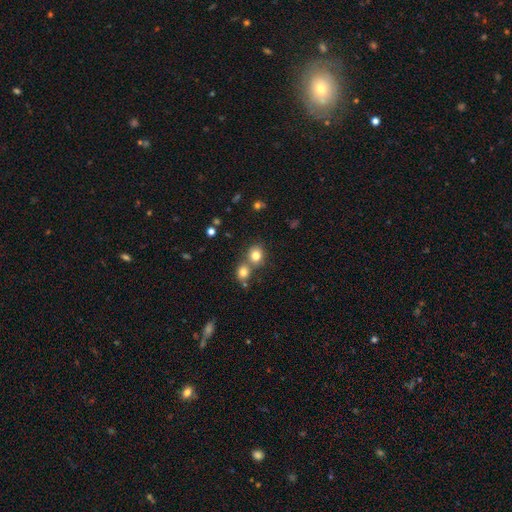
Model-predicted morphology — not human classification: A smooth galaxy with no disk features (80%) that is round (76%).

Vote fractions:
- Smooth or featured? smooth: 80% / star or artifact: 12% / featured or disk: 8%
- How rounded? round: 76% / in between: 23% / cigar-shaped: 1%
- Merging? none: 53% / merger: 36% / minor disturbance: 8% / major disturbance: 3%